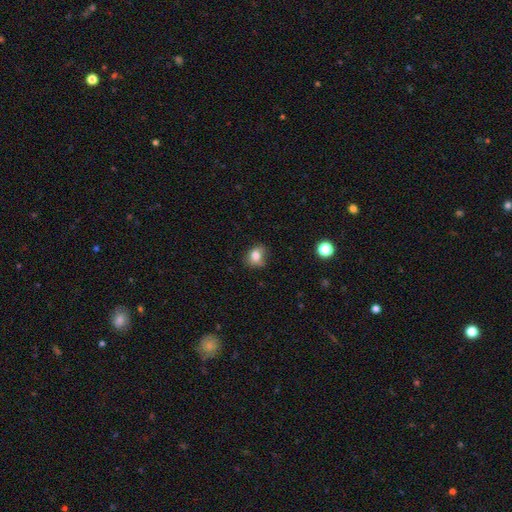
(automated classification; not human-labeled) smooth 78%, star or artifact 11%, featured or disk 10%. Down the decision tree: how rounded — round (52%); merging — none (54%).